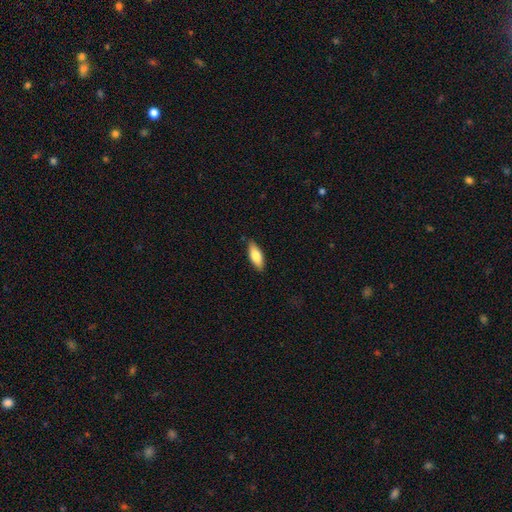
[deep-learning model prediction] Overall: smooth (77%). How rounded: in between (72%). Merging: none (86%).